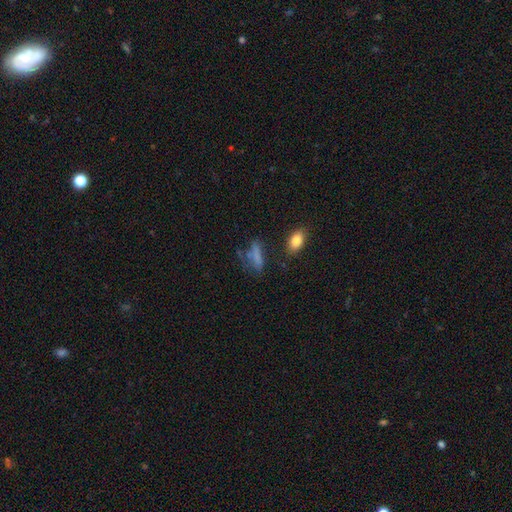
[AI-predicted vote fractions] A smooth galaxy with no disk features (67%) that is in between round and cigar-shaped (49%).

Vote fractions:
- Smooth or featured? smooth: 67% / featured or disk: 18% / star or artifact: 15%
- How rounded? in between: 49% / cigar-shaped: 45% / round: 6%
- Merging? none: 48% / minor disturbance: 23% / major disturbance: 19% / merger: 10%